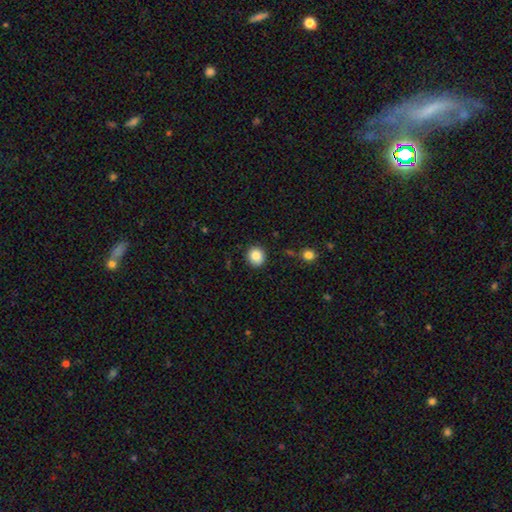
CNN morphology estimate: Smooth or featured?
  - smooth: 86% *
  - star or artifact: 10%
  - featured or disk: 5%
How rounded?
  - round: 88% *
  - in between: 11%
  - cigar-shaped: 1%
Merging?
  - none: 88% *
  - minor disturbance: 8%
  - major disturbance: 2%
  - merger: 2%